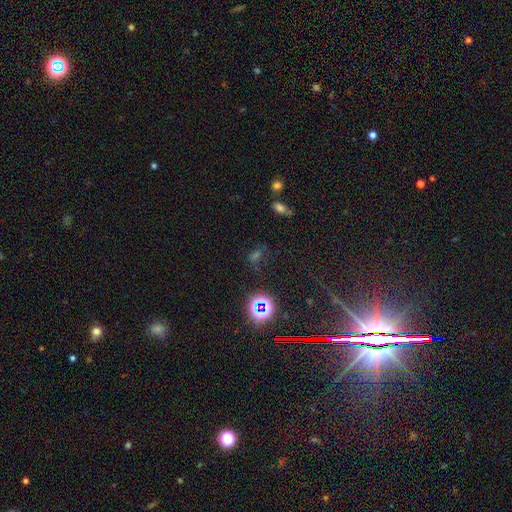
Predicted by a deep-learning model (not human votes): smooth_or_featured: star or artifact (p=0.57) [alt: smooth p=0.27]